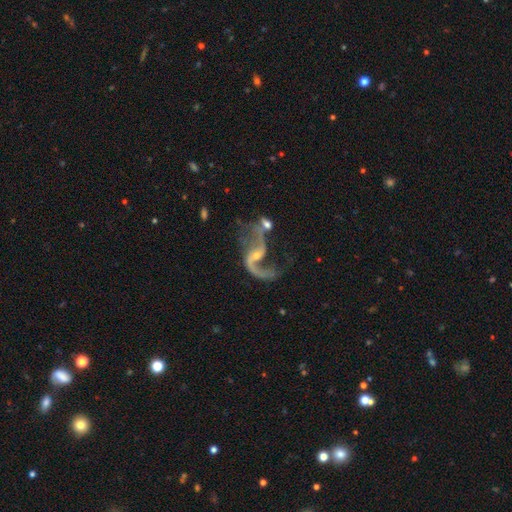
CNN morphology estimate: Smooth or featured: featured or disk — 85% (star or artifact — 9%)
Edge-on disk: no — 96% (yes — 4%)
Bar: weak — 41% (no — 40%)
Spiral arms: yes — 90% (no — 10%)
Spiral winding: loose — 85% (medium — 12%)
Spiral arm count: 2 — 80% (1 — 13%)
Bulge size: small — 63% (moderate — 19%)
Merging: none — 38% (major disturbance — 26%)